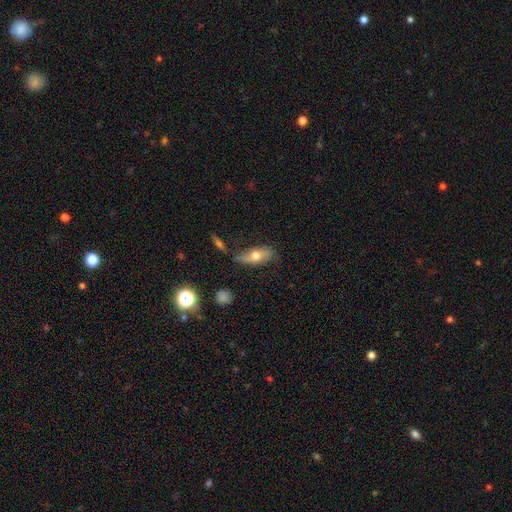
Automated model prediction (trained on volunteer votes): Q: Smooth or featured?
A: smooth (54%); runner-up: featured or disk (38%)
Q: How rounded?
A: in between (76%); runner-up: cigar-shaped (19%)
Q: Merging?
A: none (58%); runner-up: minor disturbance (26%)